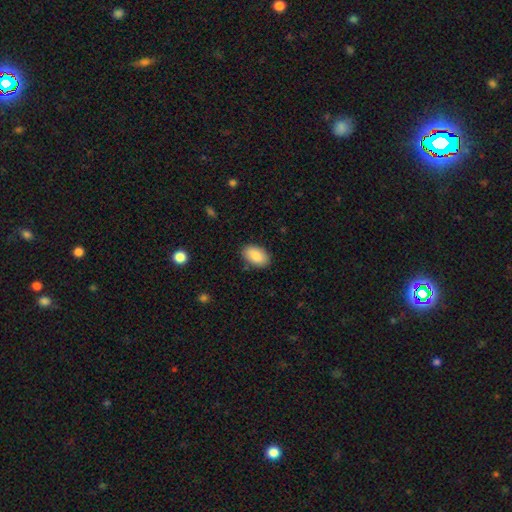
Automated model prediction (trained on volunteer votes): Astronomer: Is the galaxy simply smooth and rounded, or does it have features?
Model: smooth — 87%.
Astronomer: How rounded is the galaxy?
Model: in between — 93%.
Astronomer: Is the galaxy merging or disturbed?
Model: none — 87%.